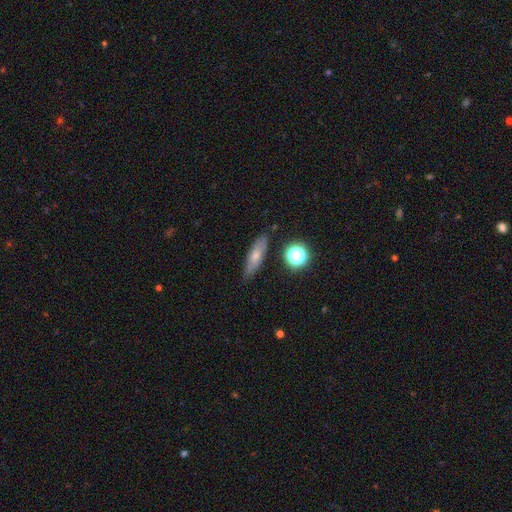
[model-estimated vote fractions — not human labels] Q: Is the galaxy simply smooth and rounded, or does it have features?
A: smooth — 63%.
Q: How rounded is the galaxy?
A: cigar-shaped — 54%.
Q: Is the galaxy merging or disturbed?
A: none — 81%.